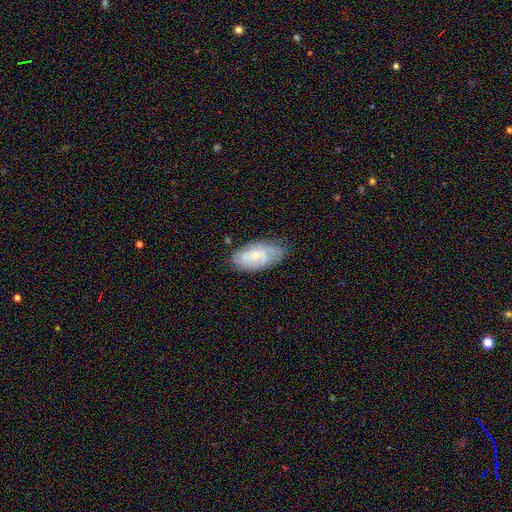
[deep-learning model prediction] The model was most divided on "smooth or featured": featured or disk: 56%, smooth: 37%, star or artifact: 7%. More confident: edge-on disk — no (93%); spiral arms — yes (82%); merging — none (69%); bulge size — small (67%); bar — no (62%).